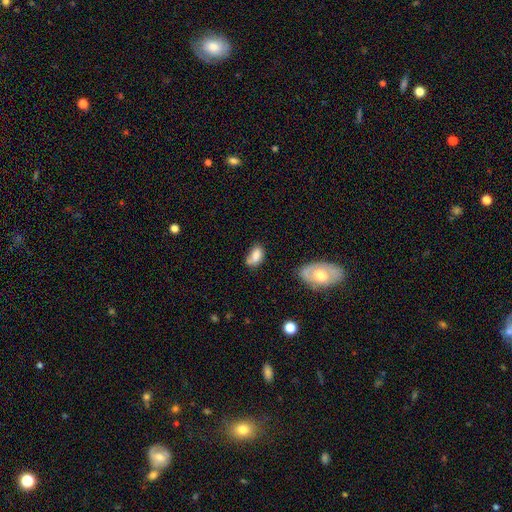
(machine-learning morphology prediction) smooth_or_featured: smooth (p=0.77) [alt: featured or disk p=0.15]
how_rounded: in between (p=0.88) [alt: round p=0.09]
merging: none (p=0.42) [alt: minor disturbance p=0.30]